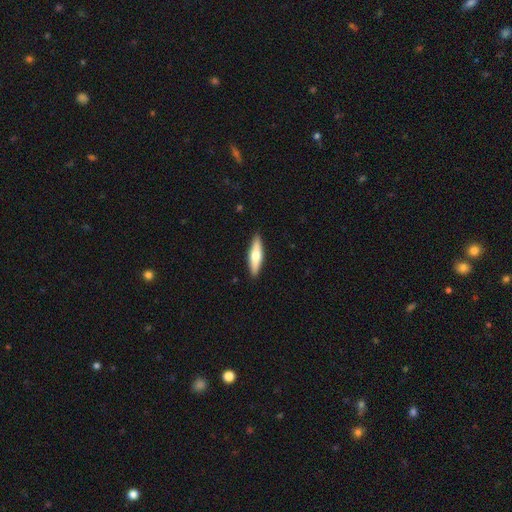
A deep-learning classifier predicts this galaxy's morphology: This is possibly a smooth galaxy (51%). How rounded: likely cigar-shaped (73%). Merging: clearly none (90%).